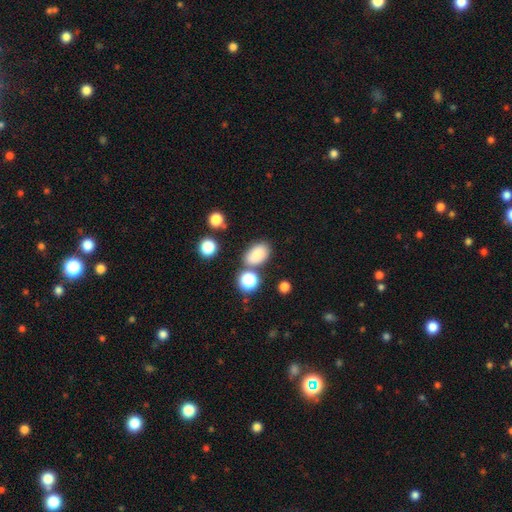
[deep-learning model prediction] smooth-or-featured: smooth: 81% | star or artifact: 12% | featured or disk: 7%
  how-rounded: in between: 85% | round: 14% | cigar-shaped: 1%
  merging: none: 72% | minor disturbance: 14% | merger: 11% | major disturbance: 4%